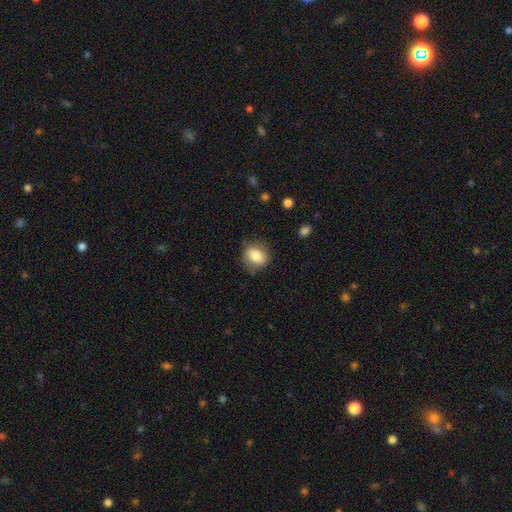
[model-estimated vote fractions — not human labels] Smooth or featured? Predicted: smooth (p=0.79). How rounded? Predicted: round (p=0.57). Merging? Predicted: none (p=0.77).